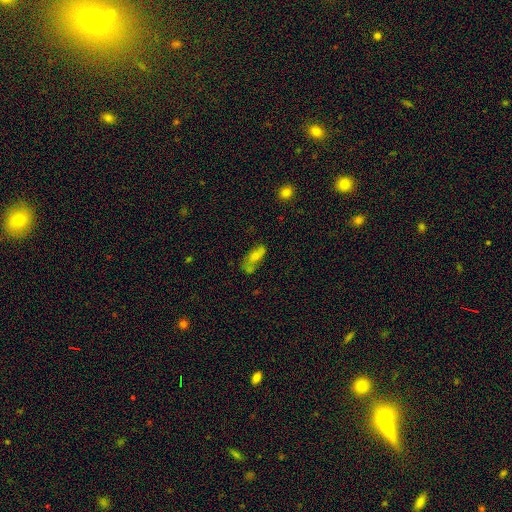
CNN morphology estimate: smooth_or_featured: smooth (p=0.63) [alt: featured or disk p=0.25]
how_rounded: in between (p=0.76) [alt: cigar-shaped p=0.19]
merging: none (p=0.39) [alt: minor disturbance p=0.23]